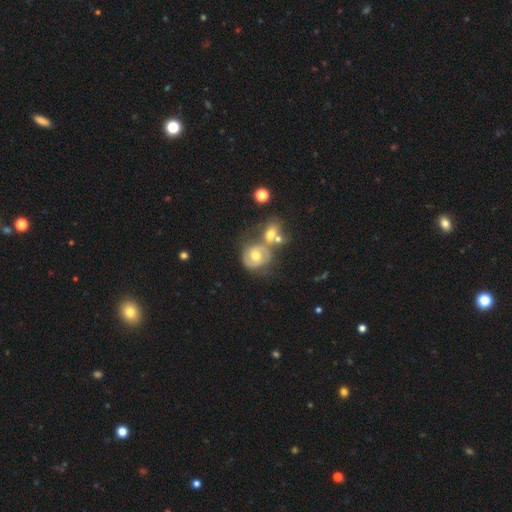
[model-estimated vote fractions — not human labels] Overall: featured or disk (65%; smooth 27%). Edge-on disk: no (97%). Bar: no (67%). Spiral arms: yes (80%). Spiral arm count: 2 (75%). Spiral winding: tight (48%; medium 40%). Bulge size: moderate (75%). Merging: none (41%; merger 36%).